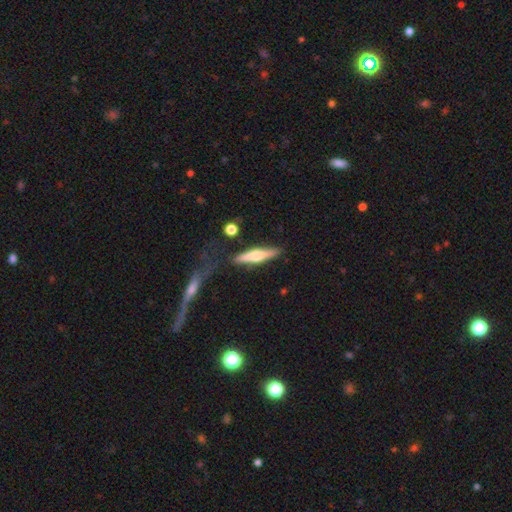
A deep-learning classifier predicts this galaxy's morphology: The model was most divided on "smooth or featured": featured or disk: 57%, smooth: 38%, star or artifact: 6%. More confident: edge-on disk — yes (95%); edge-on bulge — rounded (89%); merging — none (78%).